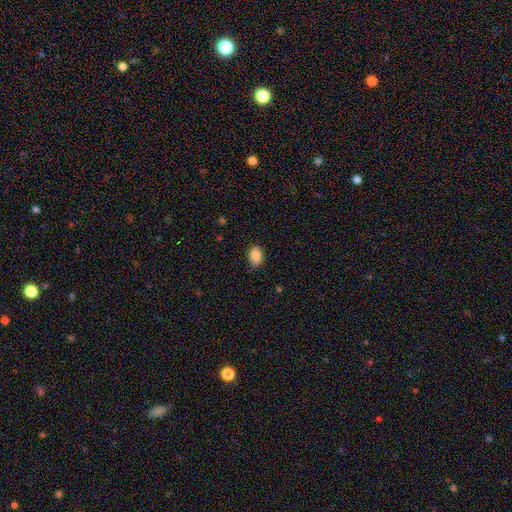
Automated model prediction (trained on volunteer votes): This is clearly a smooth galaxy (87%). How rounded: clearly in between (82%). Merging: clearly none (85%).